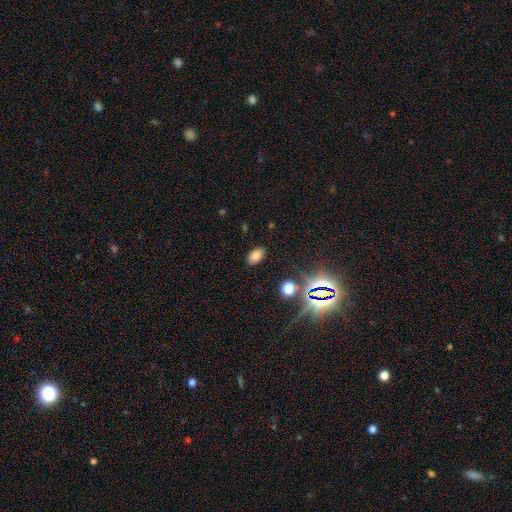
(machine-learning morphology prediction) A smooth galaxy with no disk features (76%) that is in between round and cigar-shaped (91%).

Vote fractions:
- Smooth or featured? smooth: 76% / star or artifact: 17% / featured or disk: 7%
- How rounded? in between: 91% / round: 8% / cigar-shaped: 2%
- Merging? none: 85% / minor disturbance: 10% / major disturbance: 3% / merger: 2%